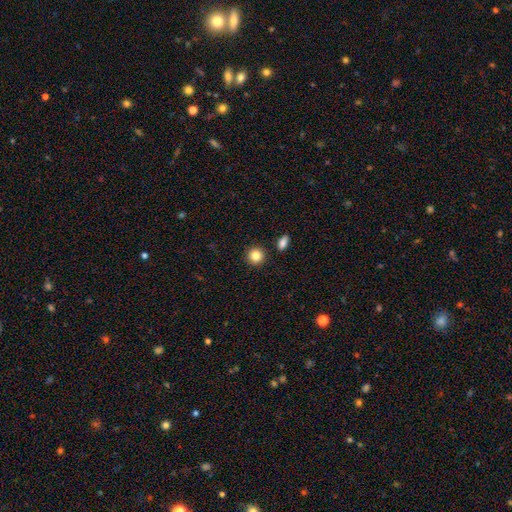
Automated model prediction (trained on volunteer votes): Q: Smooth or featured?
A: smooth (85%); runner-up: star or artifact (9%)
Q: How rounded?
A: round (92%); runner-up: in between (7%)
Q: Merging?
A: none (89%); runner-up: minor disturbance (6%)